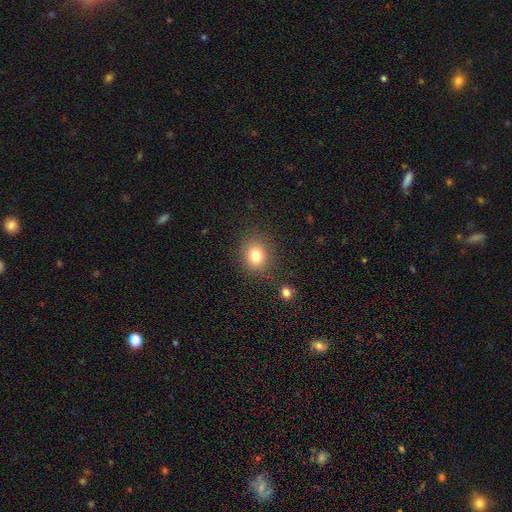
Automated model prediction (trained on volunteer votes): Smooth or featured? smooth (79%)
How rounded? round (75%)
Merging? none (84%)